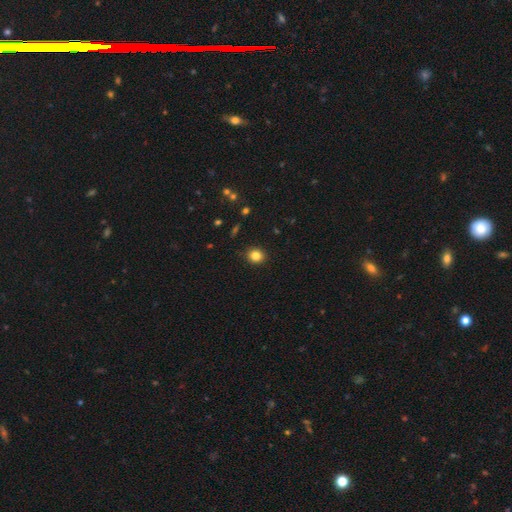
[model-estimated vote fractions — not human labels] smooth 83%, star or artifact 11%, featured or disk 6%. Down the decision tree: how rounded — round (79%); merging — none (90%).